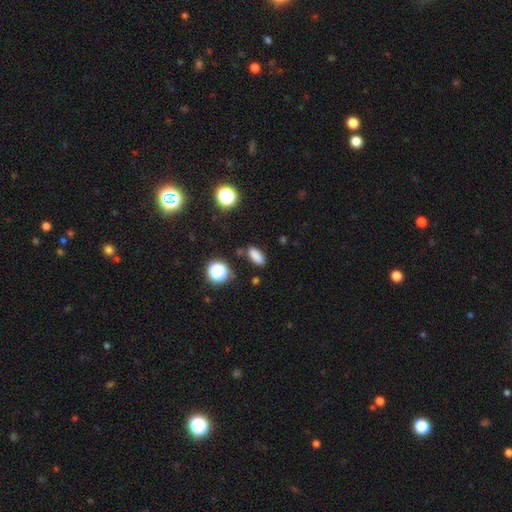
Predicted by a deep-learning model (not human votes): Smooth or featured: smooth — 81% (star or artifact — 14%)
How rounded: in between — 78% (cigar-shaped — 14%)
Merging: none — 83% (minor disturbance — 11%)